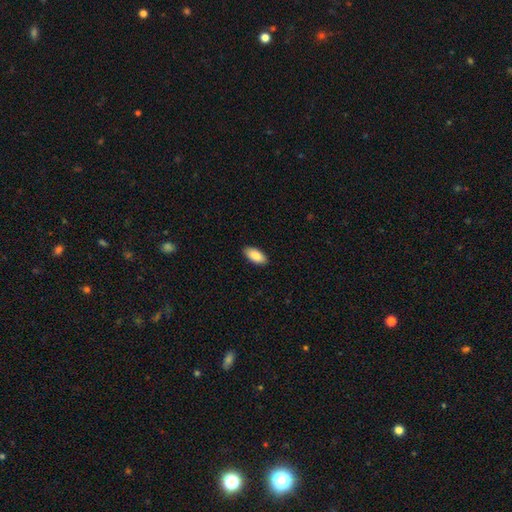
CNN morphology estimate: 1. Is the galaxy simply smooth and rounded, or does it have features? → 88% smooth, 6% star or artifact, 6% featured or disk.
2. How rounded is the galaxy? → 92% in between, 7% cigar-shaped, 2% round.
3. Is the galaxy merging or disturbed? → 89% none, 8% minor disturbance, 2% major disturbance, 1% merger.